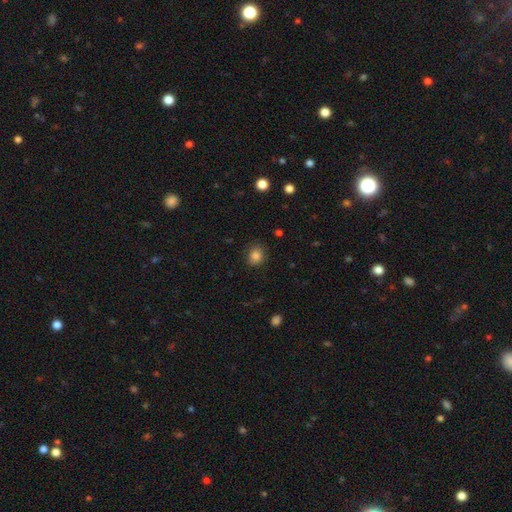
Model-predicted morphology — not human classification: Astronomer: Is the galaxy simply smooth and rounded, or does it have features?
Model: smooth — 85%.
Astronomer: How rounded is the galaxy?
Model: round — 61% (runner-up: in between, 38%).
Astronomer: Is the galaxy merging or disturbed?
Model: none — 83%.